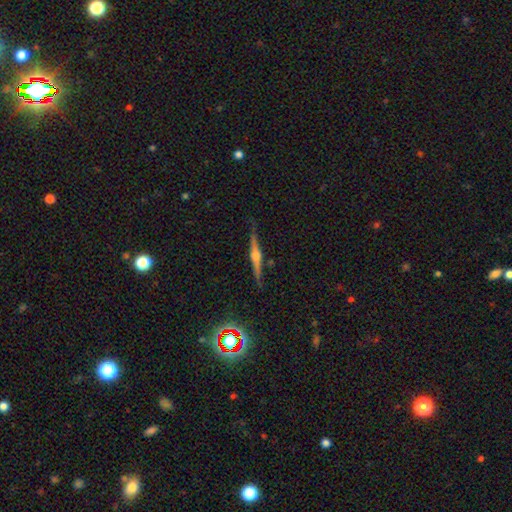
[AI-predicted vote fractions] smooth-or-featured: featured or disk: 80% | smooth: 13% | star or artifact: 8%
  disk-edge-on: yes: 98% | no: 2%
    edge-on-bulge: rounded: 90% | boxy: 7% | none: 3%
  merging: none: 87% | minor disturbance: 9% | major disturbance: 2% | merger: 2%